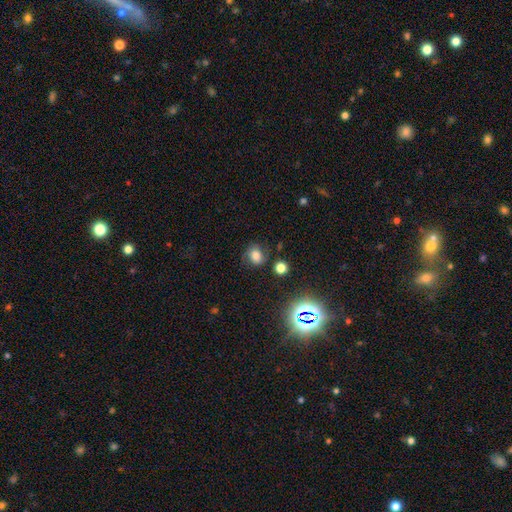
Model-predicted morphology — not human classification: Smooth or featured? Predicted: smooth (p=0.69). How rounded? Predicted: round (p=0.65). Merging? Predicted: none (p=0.70).